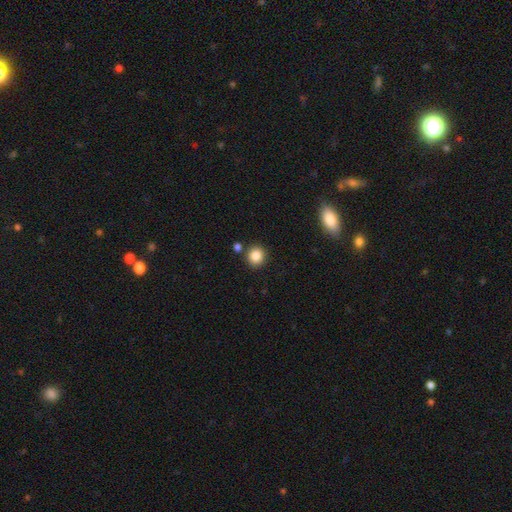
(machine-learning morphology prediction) Smooth or featured? smooth (86%)
How rounded? round (87%)
Merging? none (85%)